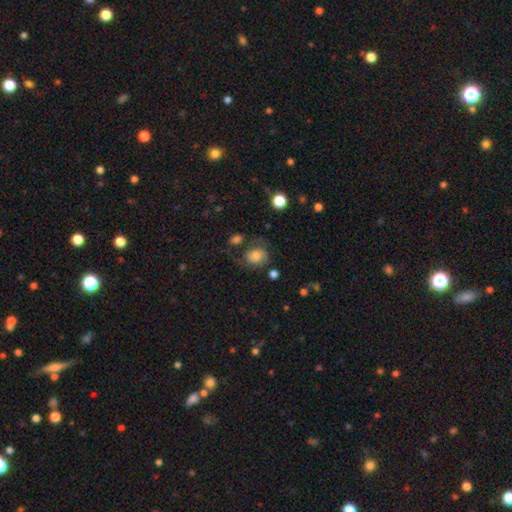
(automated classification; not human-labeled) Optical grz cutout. It shows a smooth galaxy with no disk features (58%) that is round (71%). Merging: none (48%).